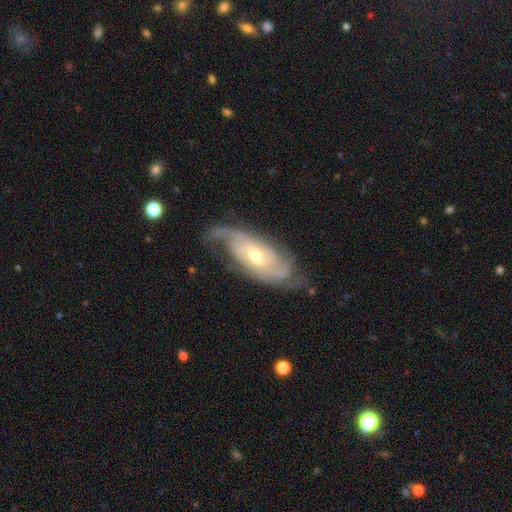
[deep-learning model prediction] smooth_or_featured: featured or disk (p=0.86) [alt: smooth p=0.09]
disk_edge_on: no (p=0.92) [alt: yes p=0.08]
bar: no (p=0.52) [alt: weak p=0.38]
has_spiral_arms: yes (p=0.96) [alt: no p=0.04]
spiral_winding: tight (p=0.47) [alt: medium p=0.39]
spiral_arm_count: 2 (p=0.43) [alt: can't tell p=0.23]
bulge_size: moderate (p=0.59) [alt: small p=0.36]
merging: none (p=0.70) [alt: minor disturbance p=0.20]